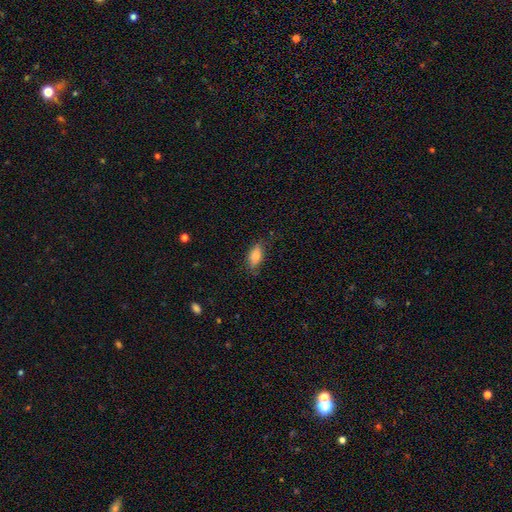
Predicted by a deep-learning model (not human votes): A smooth galaxy with no disk features (78%) that is in between round and cigar-shaped (83%). Merging: none (76%).